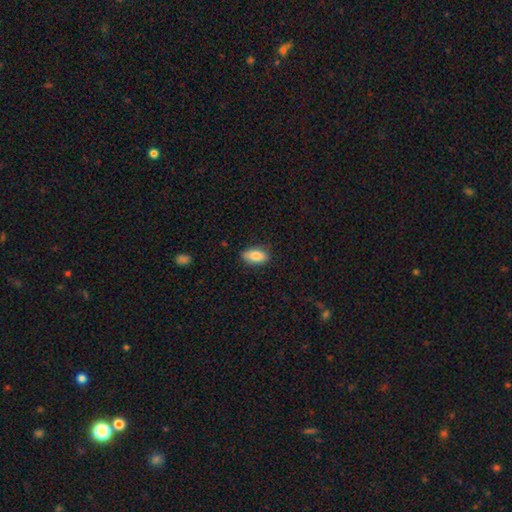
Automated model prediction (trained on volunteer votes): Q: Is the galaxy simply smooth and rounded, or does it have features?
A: smooth — 82%.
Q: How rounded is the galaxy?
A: in between — 89%.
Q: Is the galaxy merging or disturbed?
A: none — 84%.